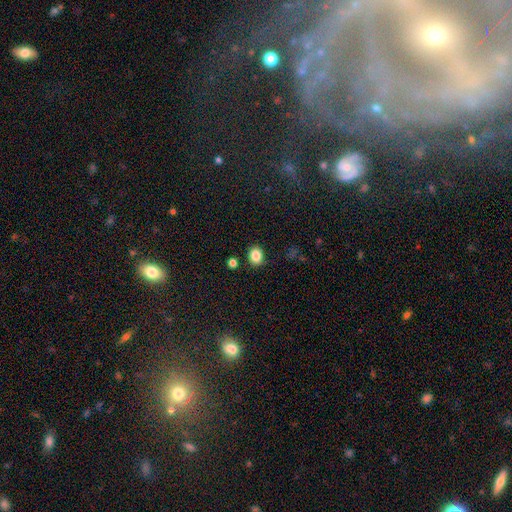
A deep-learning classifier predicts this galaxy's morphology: A smooth galaxy with no disk features (85%) that is round (60%). Merging: none (86%).